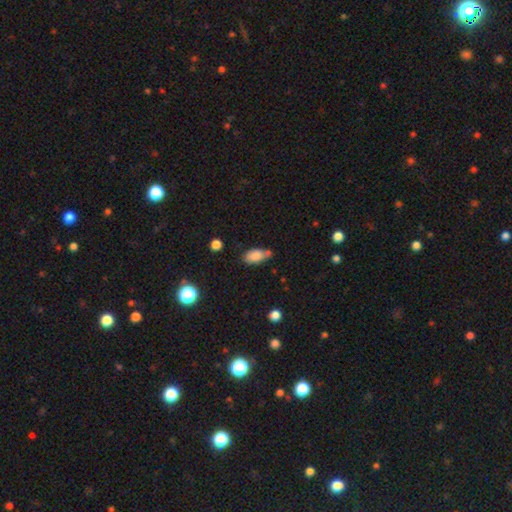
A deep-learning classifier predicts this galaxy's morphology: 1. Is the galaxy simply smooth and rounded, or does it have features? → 83% smooth, 9% star or artifact, 8% featured or disk.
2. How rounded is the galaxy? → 90% in between, 5% cigar-shaped, 5% round.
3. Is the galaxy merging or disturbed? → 52% none, 25% minor disturbance, 17% merger, 6% major disturbance.